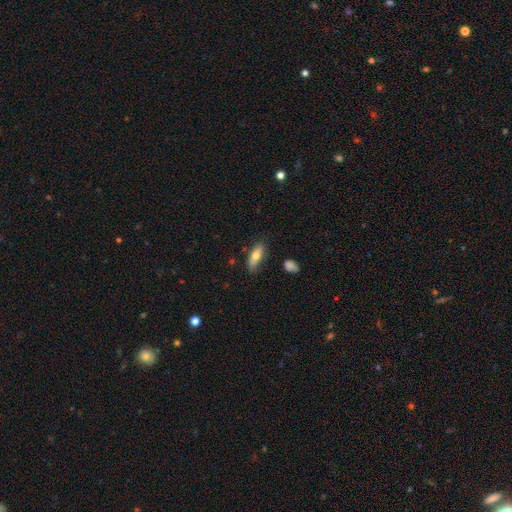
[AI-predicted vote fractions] A smooth galaxy with no disk features (71%) that is in between round and cigar-shaped (69%). Merging: none (75%).